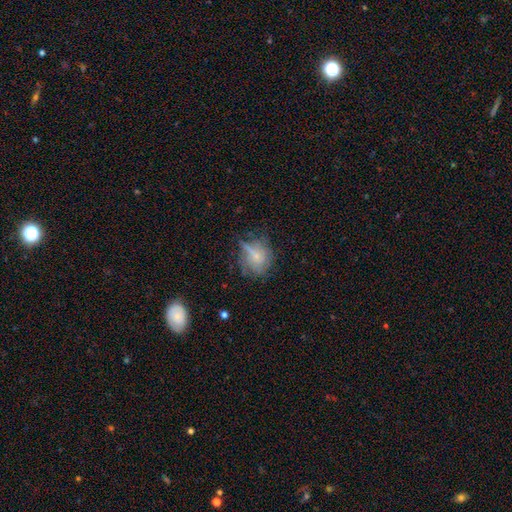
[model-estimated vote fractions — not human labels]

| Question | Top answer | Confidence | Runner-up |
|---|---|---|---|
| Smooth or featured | smooth | 56% | featured or disk (28%) |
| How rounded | round | 65% | in between (33%) |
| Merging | none | 53% | minor disturbance (27%) |